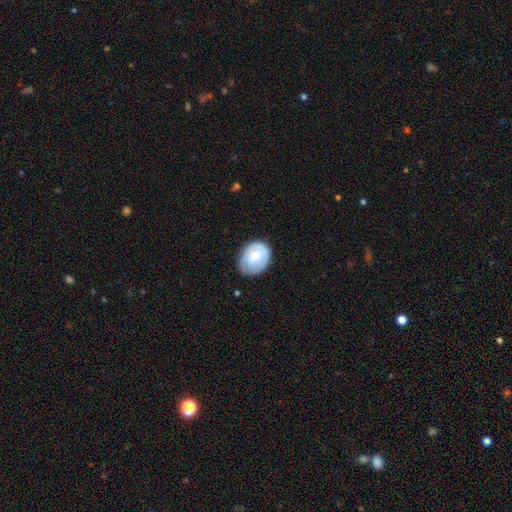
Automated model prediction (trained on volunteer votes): A smooth galaxy with no disk features (68%) that is in between round and cigar-shaped (57%). Merging: none (67%).